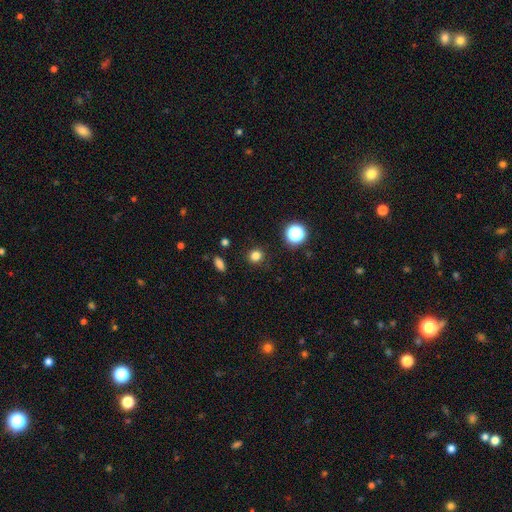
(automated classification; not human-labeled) smooth 80%, star or artifact 15%, featured or disk 4%. Down the decision tree: how rounded — round (87%); merging — none (89%).